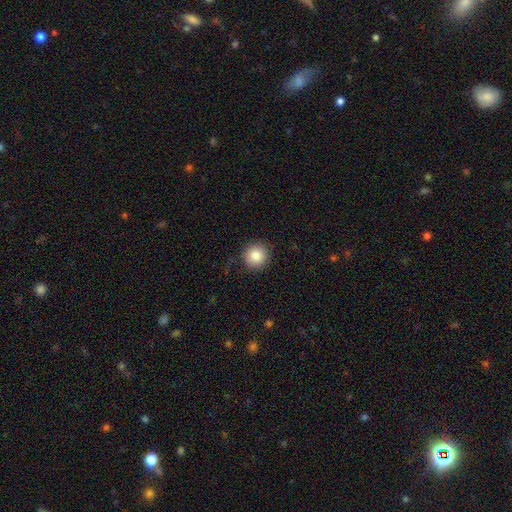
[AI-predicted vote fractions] Overall: smooth (84%). How rounded: round (94%). Merging: none (86%).